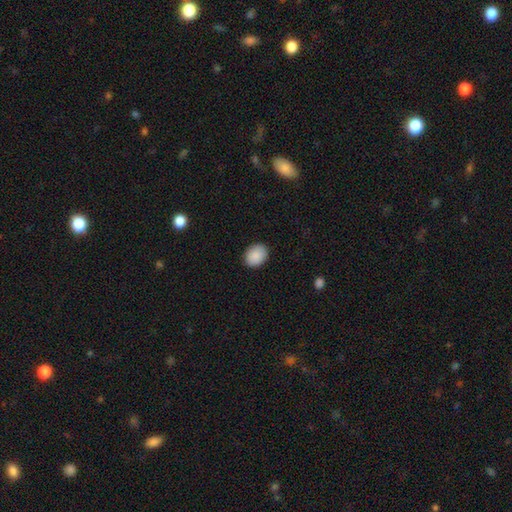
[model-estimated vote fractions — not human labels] A smooth galaxy with no disk features (90%) that is in between round and cigar-shaped (59%).

Vote fractions:
- Smooth or featured? smooth: 90% / star or artifact: 7% / featured or disk: 3%
- How rounded? in between: 59% / round: 40% / cigar-shaped: 1%
- Merging? none: 89% / minor disturbance: 8% / major disturbance: 2% / merger: 1%